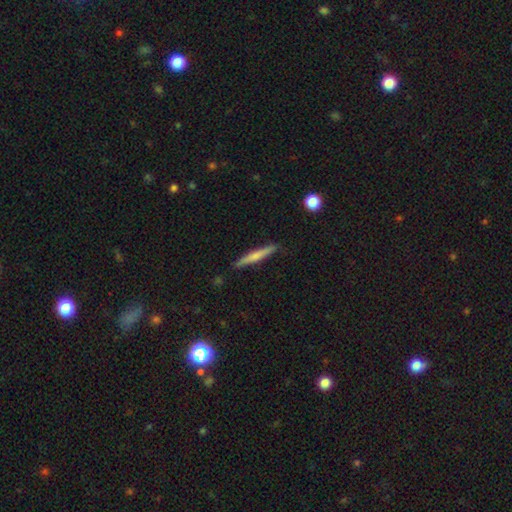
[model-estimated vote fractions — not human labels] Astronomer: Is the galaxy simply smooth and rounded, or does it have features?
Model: smooth — 58% (runner-up: featured or disk, 36%).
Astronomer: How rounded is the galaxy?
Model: cigar-shaped — 95%.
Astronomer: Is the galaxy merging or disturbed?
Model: none — 88%.